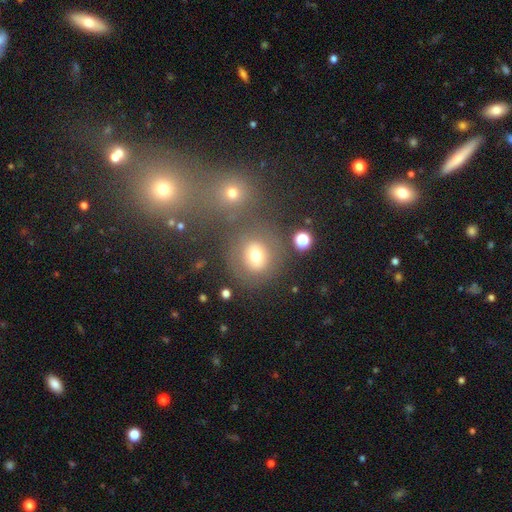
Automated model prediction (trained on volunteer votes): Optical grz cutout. It shows a smooth galaxy with no disk features (68%) that is round (81%). Merging: none (66%).